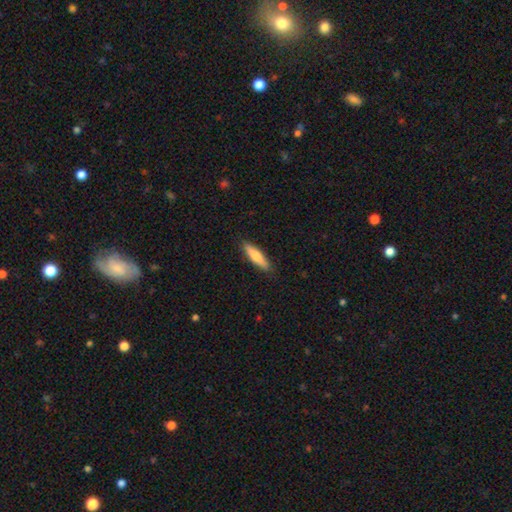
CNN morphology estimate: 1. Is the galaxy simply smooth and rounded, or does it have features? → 76% smooth, 19% featured or disk, 5% star or artifact.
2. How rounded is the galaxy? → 70% cigar-shaped, 29% in between, 2% round.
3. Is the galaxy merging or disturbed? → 89% none, 8% minor disturbance, 2% major disturbance, 1% merger.